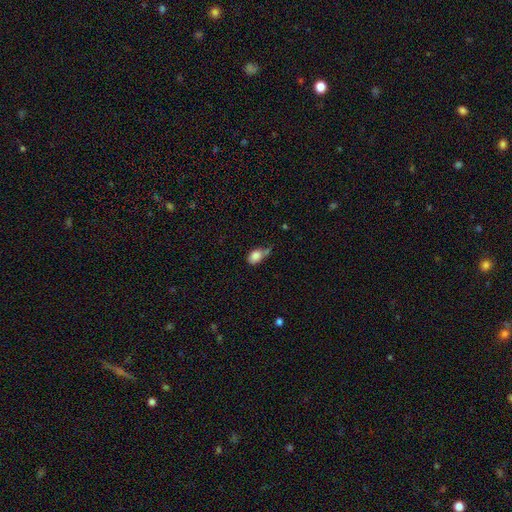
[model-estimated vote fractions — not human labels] smooth-or-featured: smooth: 83% | featured or disk: 9% | star or artifact: 8%
  how-rounded: in between: 80% | round: 18% | cigar-shaped: 2%
  merging: minor disturbance: 36% | none: 32% | major disturbance: 19% | merger: 13%